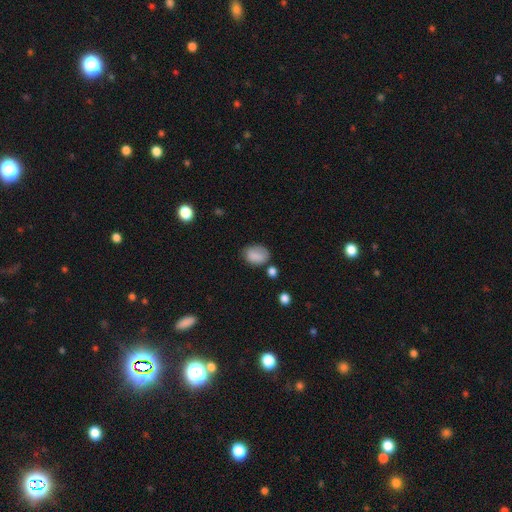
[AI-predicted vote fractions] A smooth galaxy with no disk features (83%) that is in between round and cigar-shaped (74%).

Vote fractions:
- Smooth or featured? smooth: 83% / star or artifact: 9% / featured or disk: 8%
- How rounded? in between: 74% / round: 25% / cigar-shaped: 1%
- Merging? none: 61% / minor disturbance: 24% / major disturbance: 8% / merger: 6%